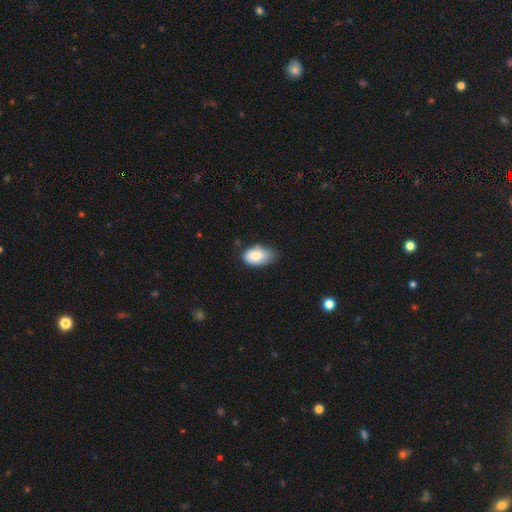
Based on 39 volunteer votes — smooth 87%, featured or disk 10%, star or artifact 3%. Down the decision tree: how rounded — in between (85%); merging — none (47%).